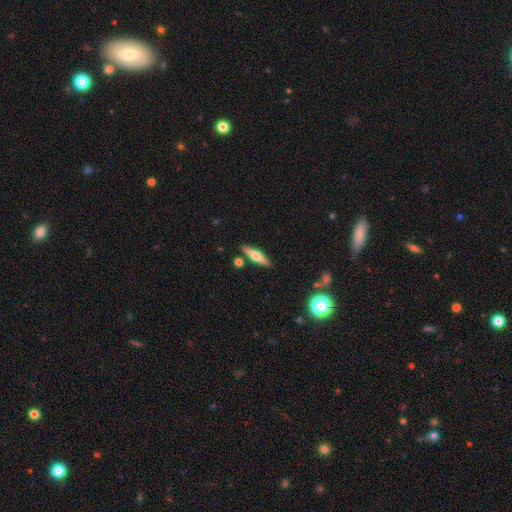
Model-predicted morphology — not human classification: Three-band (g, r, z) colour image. It shows a featured or disk galaxy (50%) viewed edge-on (94%). Merging: none (84%).